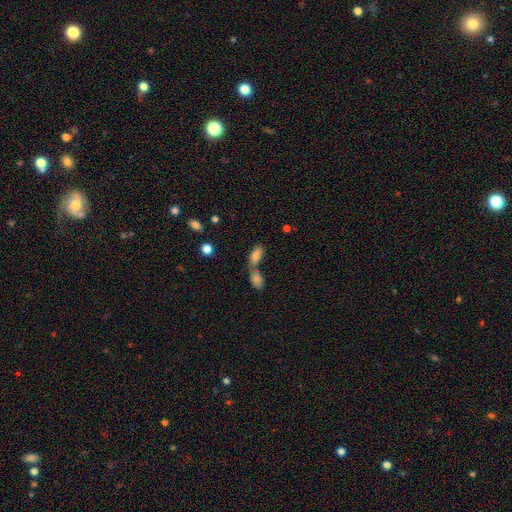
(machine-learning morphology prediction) The model was most divided on "merging": merger: 54%, none: 34%, minor disturbance: 9%, major disturbance: 4%. More confident: how rounded — in between (87%); smooth or featured — smooth (82%).